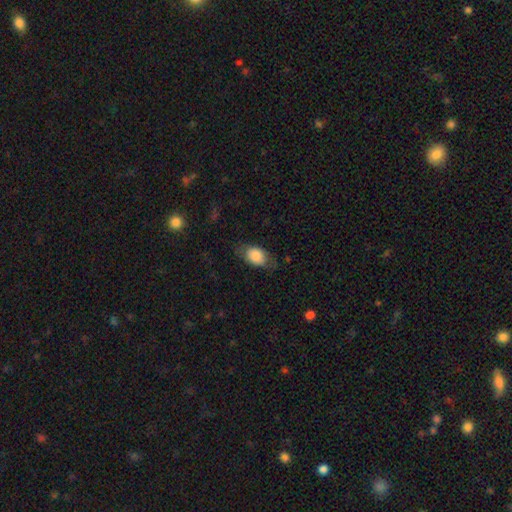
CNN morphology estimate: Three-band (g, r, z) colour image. It shows a smooth galaxy with no disk features (78%) that is in between round and cigar-shaped (85%). Merging: none (69%).